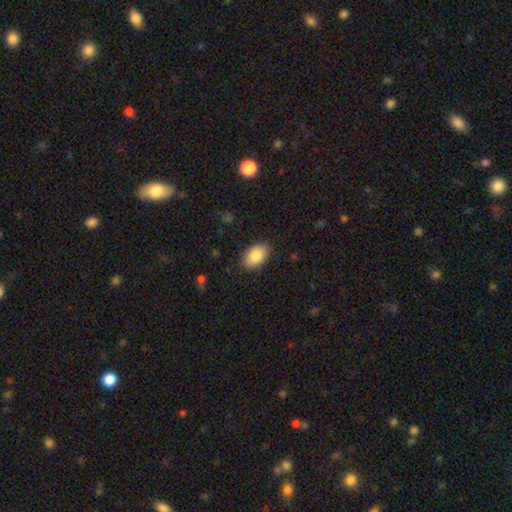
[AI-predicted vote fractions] smooth-or-featured: smooth: 87% | featured or disk: 7% | star or artifact: 7%
  how-rounded: in between: 90% | round: 8% | cigar-shaped: 1%
  merging: none: 86% | minor disturbance: 11% | major disturbance: 2% | merger: 1%